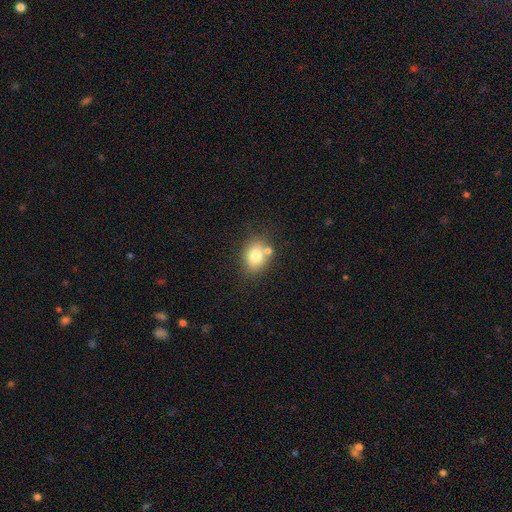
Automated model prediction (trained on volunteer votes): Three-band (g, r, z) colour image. It shows a smooth galaxy with no disk features (77%) that is in between round and cigar-shaped (55%). Merging: none (65%).